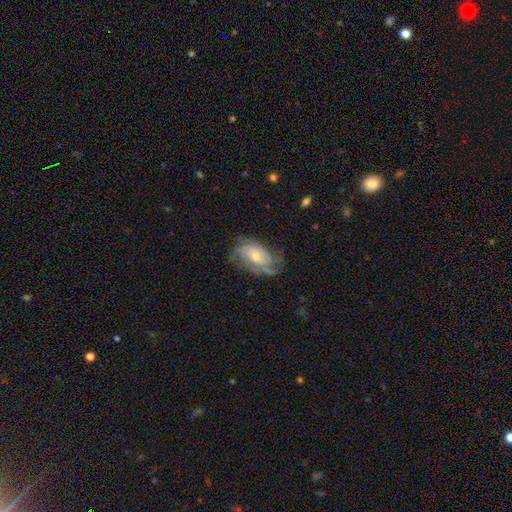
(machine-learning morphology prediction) type=featured or disk (70%); edge-on=no (95%); bar=no (62%); spiral arms=yes (89%); winding=tight (44%); arm count=can't tell (36%); bulge=moderate (53%); merging=none (64%).